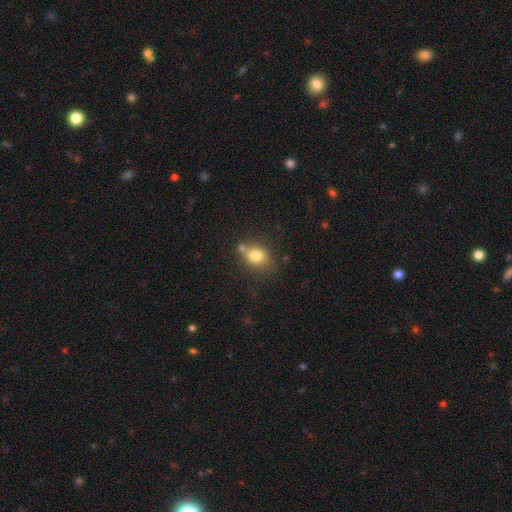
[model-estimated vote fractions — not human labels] smooth_or_featured: smooth (p=0.79) [alt: star or artifact p=0.11]
how_rounded: in between (p=0.51) [alt: round p=0.47]
merging: none (p=0.62) [alt: minor disturbance p=0.17]